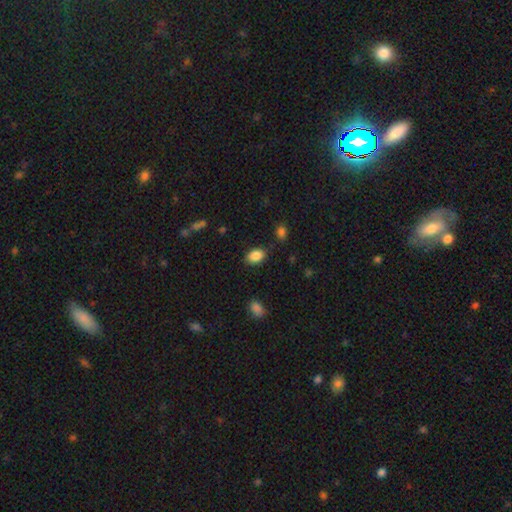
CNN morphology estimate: This appears to be a smooth galaxy with no disk features (87%) that is in between round and cigar-shaped (87%). Merging: none (80%).